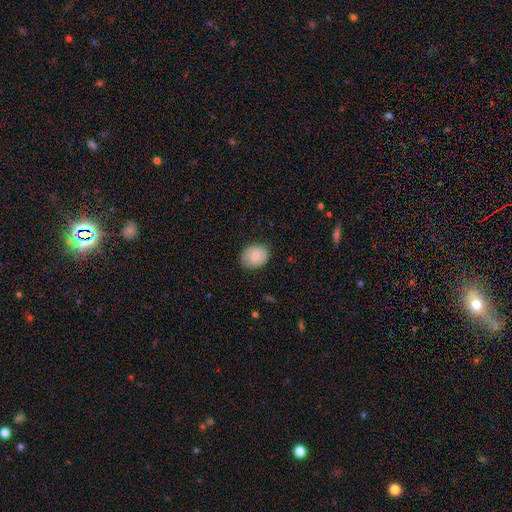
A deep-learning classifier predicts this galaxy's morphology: smooth-or-featured: smooth: 64% | featured or disk: 29% | star or artifact: 7%
  how-rounded: round: 53% | in between: 46% | cigar-shaped: 1%
  merging: none: 81% | minor disturbance: 14% | major disturbance: 3% | merger: 1%